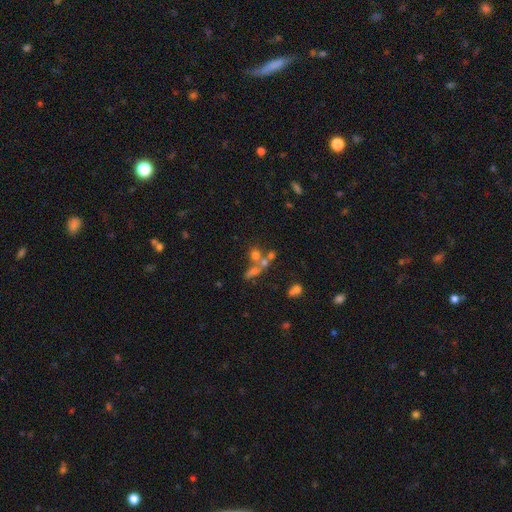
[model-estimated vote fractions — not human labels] The model was most divided on "merging": merger: 44%, none: 40%, minor disturbance: 9%, major disturbance: 7%. More confident: how rounded — round (66%); smooth or featured — smooth (53%).